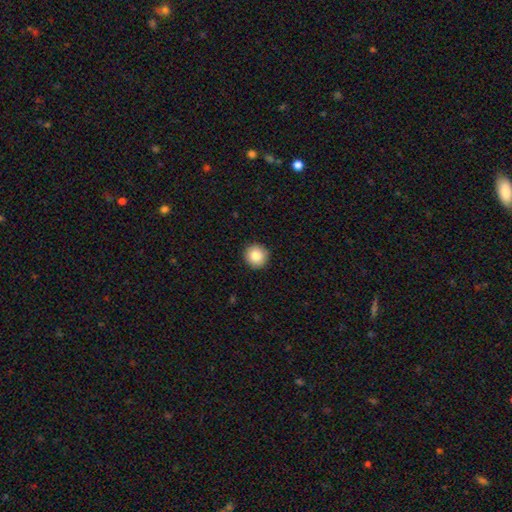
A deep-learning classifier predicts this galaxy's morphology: Overall: smooth (83%). How rounded: round (95%). Merging: none (93%).